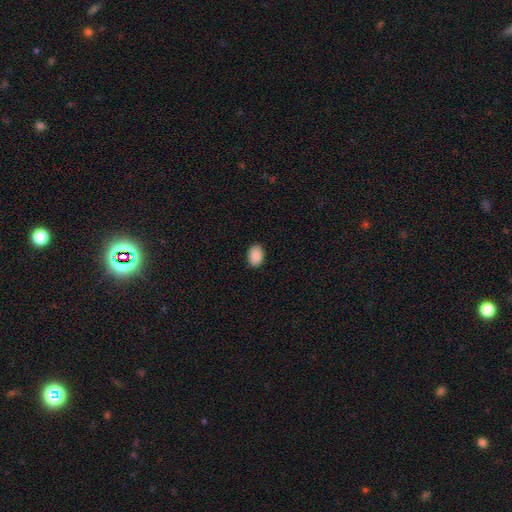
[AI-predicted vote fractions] smooth-or-featured: smooth: 90% | star or artifact: 7% | featured or disk: 3%
  how-rounded: in between: 79% | round: 20% | cigar-shaped: 1%
  merging: none: 88% | minor disturbance: 9% | major disturbance: 2% | merger: 1%